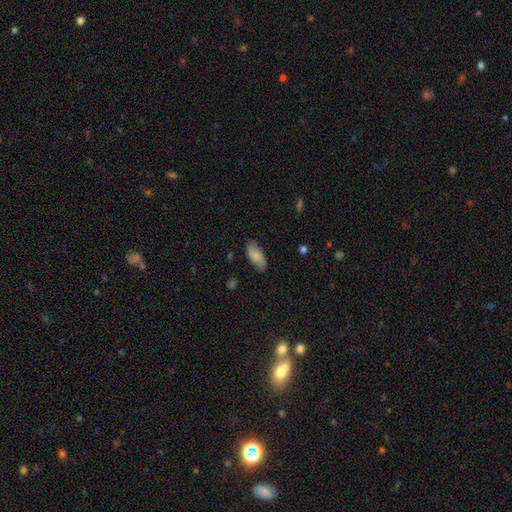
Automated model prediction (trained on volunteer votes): A smooth galaxy with no disk features (78%) that is in between round and cigar-shaped (88%).

Vote fractions:
- Smooth or featured? smooth: 78% / featured or disk: 15% / star or artifact: 6%
- How rounded? in between: 88% / cigar-shaped: 10% / round: 2%
- Merging? none: 82% / minor disturbance: 14% / major disturbance: 3% / merger: 1%